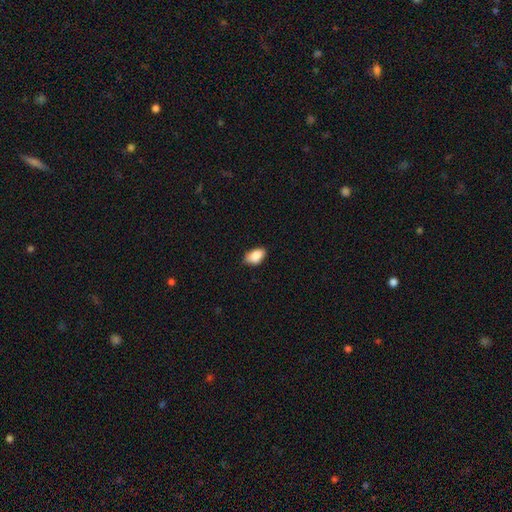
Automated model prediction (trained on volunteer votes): smooth-or-featured: smooth: 88% | star or artifact: 7% | featured or disk: 5%
  how-rounded: in between: 92% | round: 6% | cigar-shaped: 2%
  merging: none: 79% | minor disturbance: 18% | major disturbance: 2% | merger: 1%